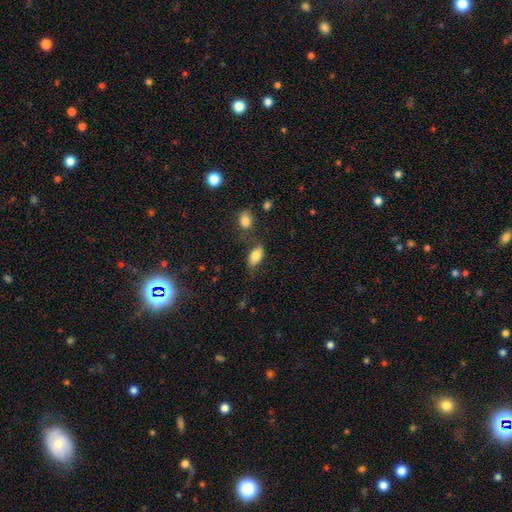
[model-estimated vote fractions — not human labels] This appears to be a smooth galaxy with no disk features (81%) that is in between round and cigar-shaped (91%). Merging: none (66%).